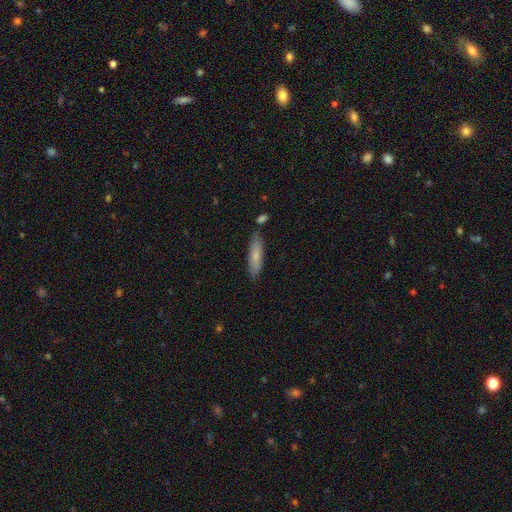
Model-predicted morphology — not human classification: smooth-or-featured: smooth: 75% | featured or disk: 19% | star or artifact: 6%
  how-rounded: cigar-shaped: 72% | in between: 26% | round: 2%
  merging: none: 79% | minor disturbance: 14% | merger: 5% | major disturbance: 2%